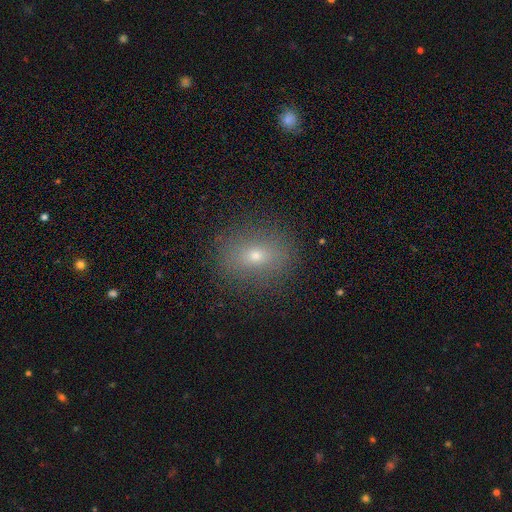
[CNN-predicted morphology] This is likely a smooth galaxy (64%). How rounded: possibly in between (51%). Merging: clearly none (85%).